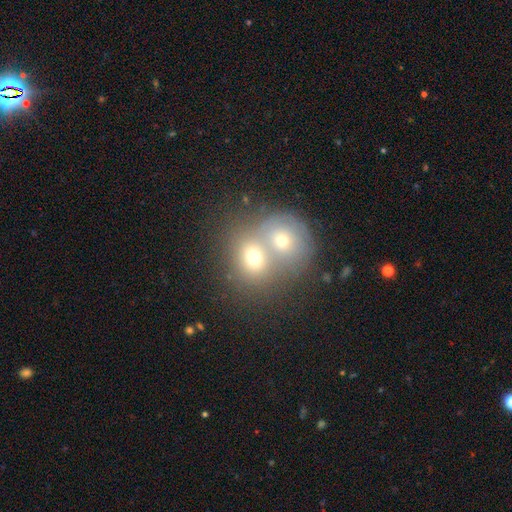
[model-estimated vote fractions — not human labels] A smooth galaxy with no disk features (55%) that is round (74%). Merging: merger (72%).